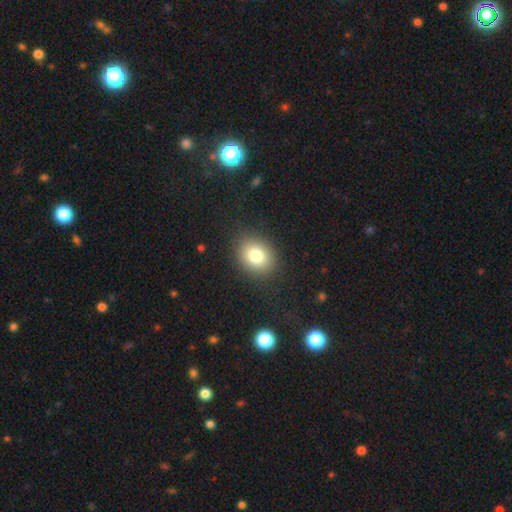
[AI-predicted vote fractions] Smooth or featured: smooth — 79% (star or artifact — 12%)
How rounded: round — 56% (in between — 43%)
Merging: none — 87% (minor disturbance — 8%)